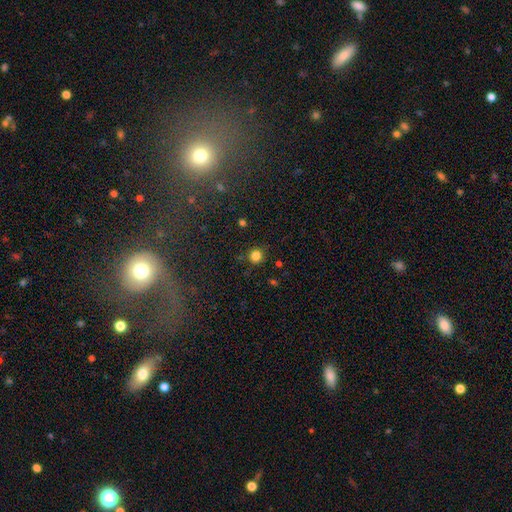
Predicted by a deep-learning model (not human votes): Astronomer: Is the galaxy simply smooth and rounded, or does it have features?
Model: smooth — 83%.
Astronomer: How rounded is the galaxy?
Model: round — 93%.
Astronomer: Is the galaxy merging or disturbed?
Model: none — 88%.